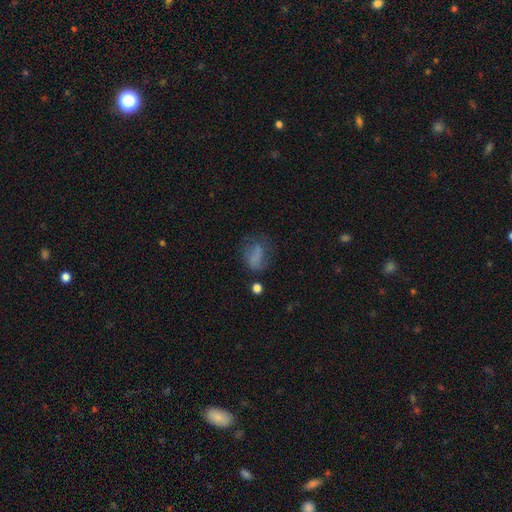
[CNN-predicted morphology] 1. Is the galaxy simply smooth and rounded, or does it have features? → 64% smooth, 21% featured or disk, 15% star or artifact.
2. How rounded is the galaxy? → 69% in between, 27% round, 4% cigar-shaped.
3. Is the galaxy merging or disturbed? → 44% none, 26% major disturbance, 25% minor disturbance, 5% merger.